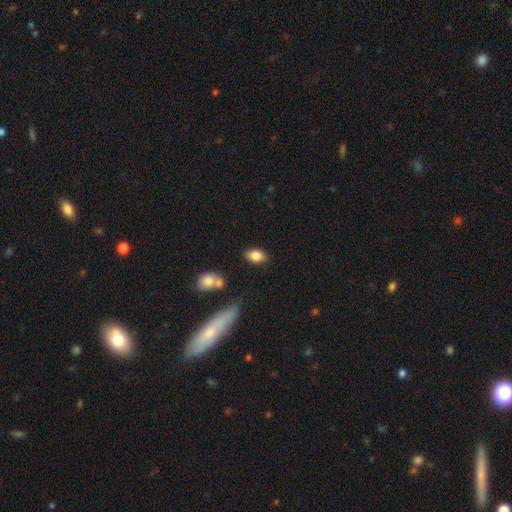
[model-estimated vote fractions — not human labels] smooth 84%, star or artifact 8%, featured or disk 8%. Down the decision tree: how rounded — in between (84%); merging — none (81%).